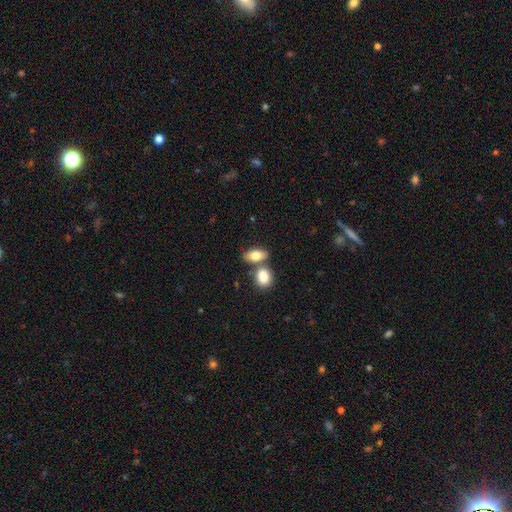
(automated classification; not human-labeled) The model was most divided on "merging": none: 52%, merger: 35%, minor disturbance: 10%, major disturbance: 3%. More confident: how rounded — in between (84%); smooth or featured — smooth (79%).